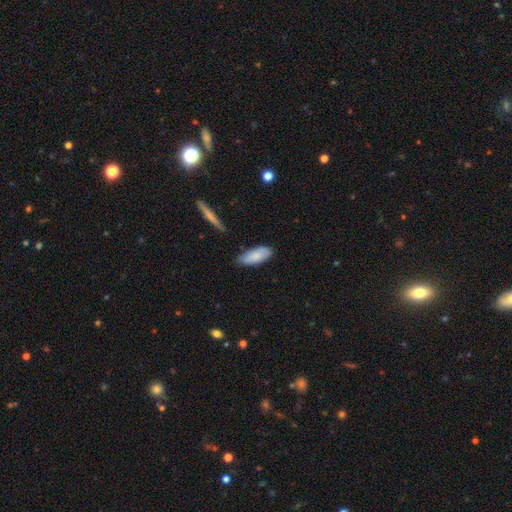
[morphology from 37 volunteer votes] Volunteers were most divided on "merging": none: 69%, minor disturbance: 31%, major disturbance: 0%, merger: 0%. More confident: how rounded — in between (88%); smooth or featured — smooth (86%).